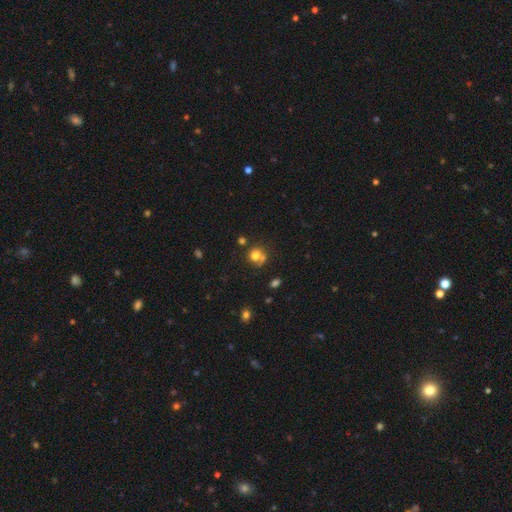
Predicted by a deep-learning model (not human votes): Q: Smooth or featured?
A: smooth (73%); runner-up: star or artifact (14%)
Q: How rounded?
A: round (81%); runner-up: in between (18%)
Q: Merging?
A: none (48%); runner-up: merger (32%)